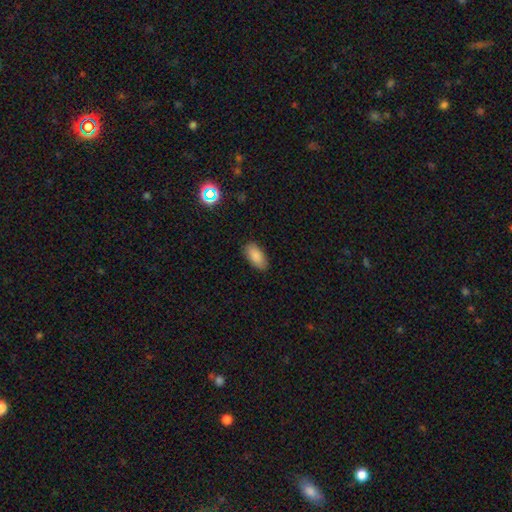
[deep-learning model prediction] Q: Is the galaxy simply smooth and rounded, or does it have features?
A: smooth — 87%.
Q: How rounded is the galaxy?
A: in between — 91%.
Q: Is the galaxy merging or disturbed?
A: none — 86%.